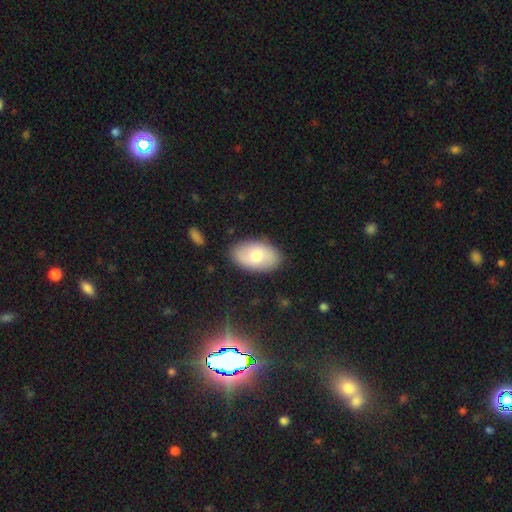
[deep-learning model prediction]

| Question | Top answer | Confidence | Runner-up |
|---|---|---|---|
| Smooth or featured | smooth | 70% | featured or disk (24%) |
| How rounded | in between | 92% | round (7%) |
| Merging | none | 86% | minor disturbance (10%) |